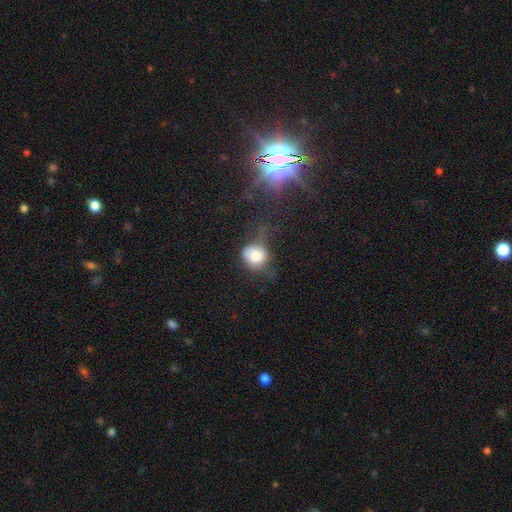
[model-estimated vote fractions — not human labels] Morphology: type=smooth (73%); roundness=round (76%); merging=minor disturbance (33%).